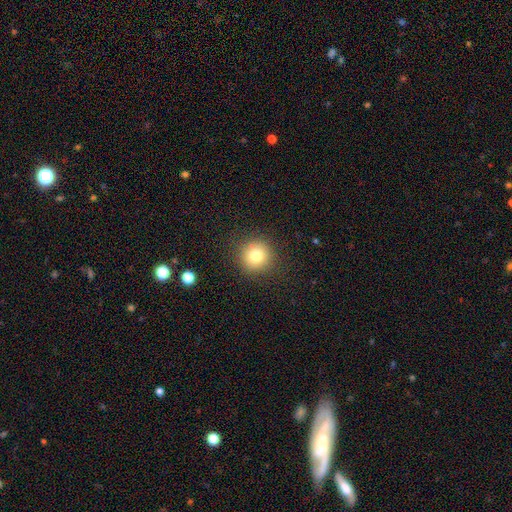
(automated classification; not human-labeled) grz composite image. It shows a smooth galaxy with no disk features (78%) that is round (94%). Merging: none (89%).